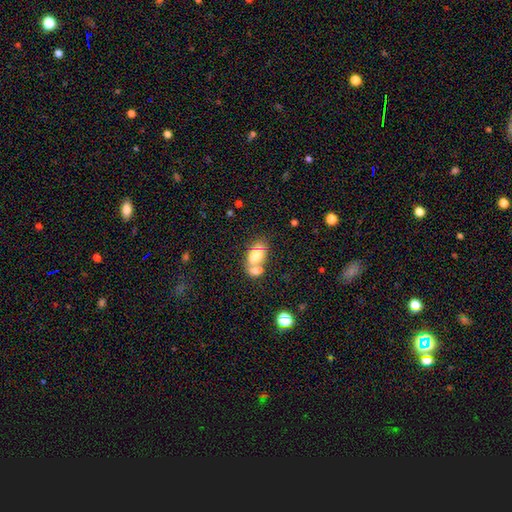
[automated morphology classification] This appears to be a smooth galaxy with no disk features (70%) that is in between round and cigar-shaped (89%). Merging: merger (57%).